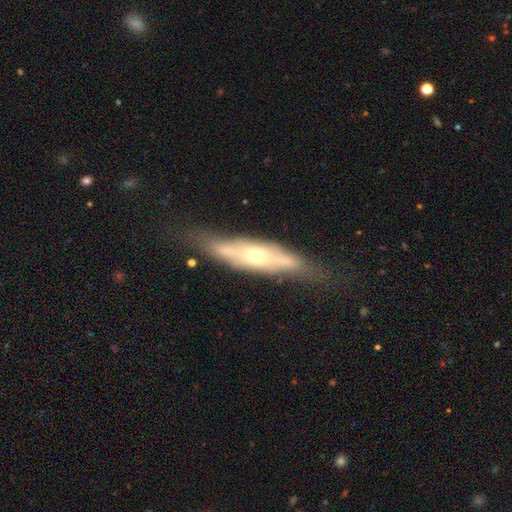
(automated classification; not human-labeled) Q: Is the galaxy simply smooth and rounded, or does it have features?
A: featured or disk — 65%.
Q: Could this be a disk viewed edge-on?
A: yes — 64%.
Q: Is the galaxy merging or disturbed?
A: none — 66%.